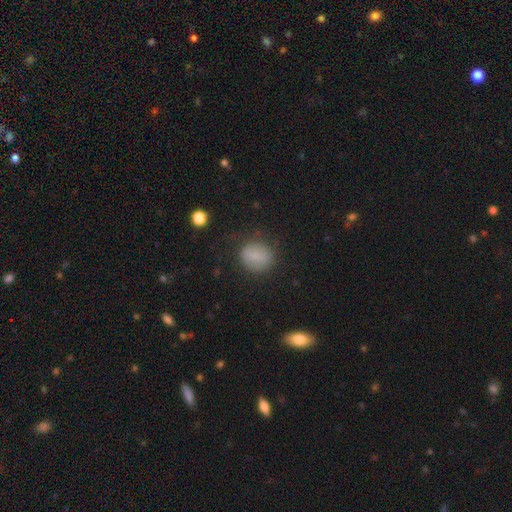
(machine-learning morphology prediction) Smooth or featured? Predicted: smooth (p=0.82). How rounded? Predicted: round (p=0.75). Merging? Predicted: none (p=0.76).